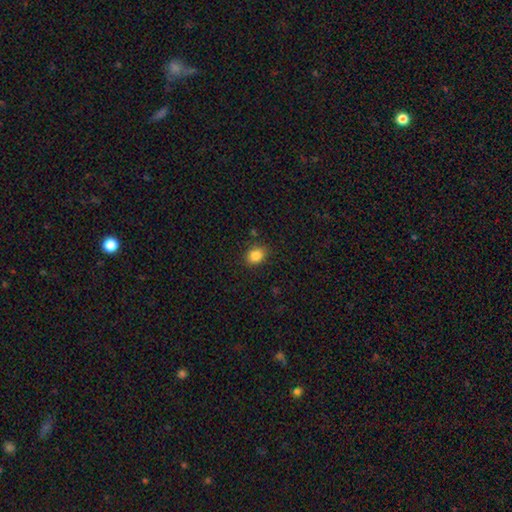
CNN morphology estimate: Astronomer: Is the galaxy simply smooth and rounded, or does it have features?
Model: smooth — 84%.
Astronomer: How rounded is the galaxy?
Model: round — 51% (runner-up: in between, 48%).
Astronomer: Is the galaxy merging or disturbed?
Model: none — 85%.